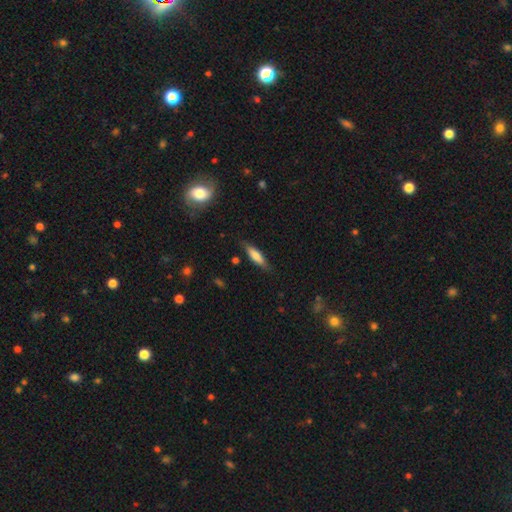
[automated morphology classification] smooth_or_featured: smooth (p=0.70) [alt: featured or disk p=0.23]
how_rounded: cigar-shaped (p=0.67) [alt: in between p=0.31]
merging: none (p=0.81) [alt: minor disturbance p=0.15]